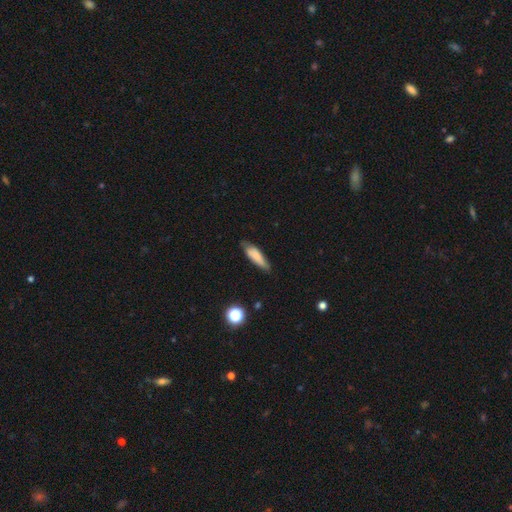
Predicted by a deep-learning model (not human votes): A smooth galaxy with no disk features (76%) that is cigar-shaped (61%). Merging: none (64%).